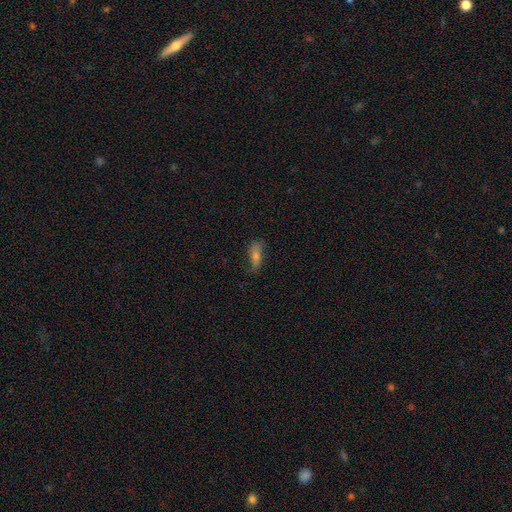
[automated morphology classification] This is possibly a smooth galaxy (50%). How rounded: likely in between (63%). Merging: likely none (70%).